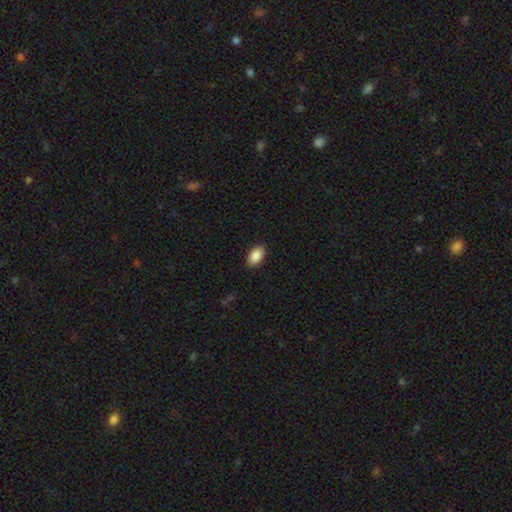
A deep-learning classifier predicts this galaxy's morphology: Overall: smooth (90%). How rounded: in between (93%). Merging: none (89%).